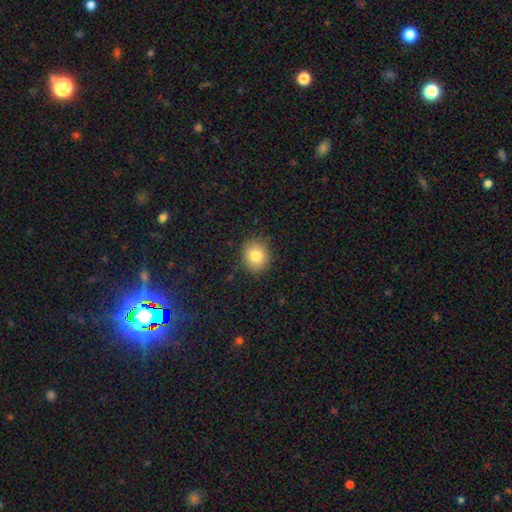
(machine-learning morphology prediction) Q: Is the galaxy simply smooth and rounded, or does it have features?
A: smooth — 82%.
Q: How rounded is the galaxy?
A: round — 76%.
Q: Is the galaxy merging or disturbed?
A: none — 88%.